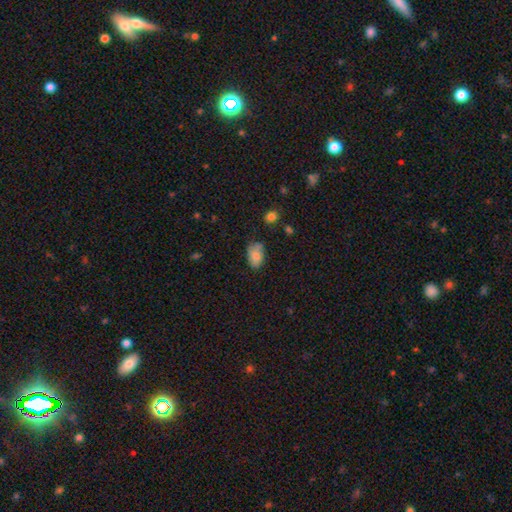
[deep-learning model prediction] Overall: smooth (78%). How rounded: in between (90%). Merging: none (59%; minor disturbance 30%).